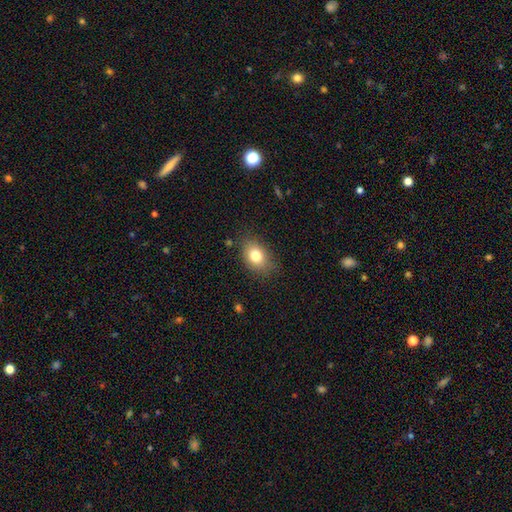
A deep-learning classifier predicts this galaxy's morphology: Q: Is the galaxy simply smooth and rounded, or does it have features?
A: smooth — 79%.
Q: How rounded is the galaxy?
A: in between — 73%.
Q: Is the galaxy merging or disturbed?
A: none — 79%.